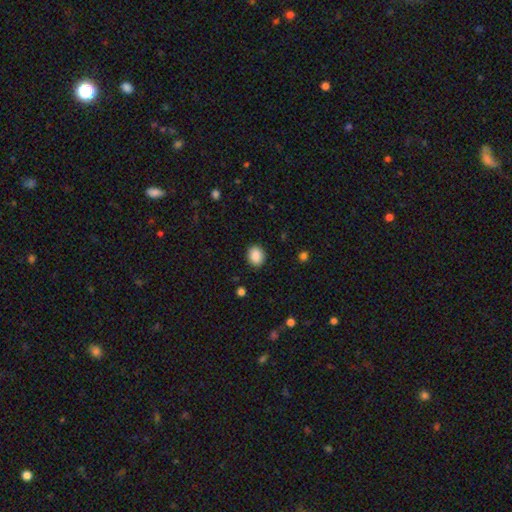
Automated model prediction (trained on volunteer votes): Smooth or featured?
  - smooth: 88% *
  - star or artifact: 9%
  - featured or disk: 3%
How rounded?
  - round: 58% *
  - in between: 41%
  - cigar-shaped: 1%
Merging?
  - none: 89% *
  - minor disturbance: 8%
  - major disturbance: 2%
  - merger: 1%